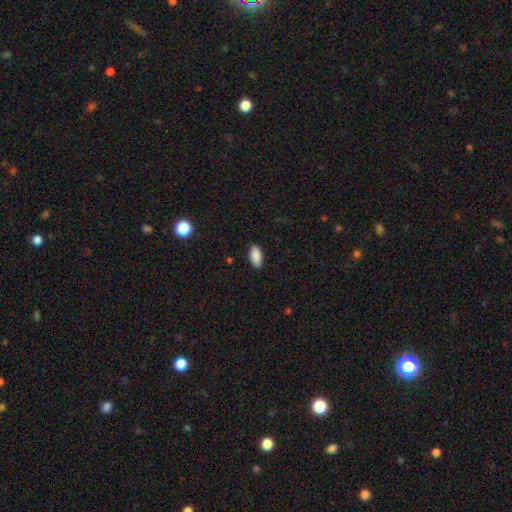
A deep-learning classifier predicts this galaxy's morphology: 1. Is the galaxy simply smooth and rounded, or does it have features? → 89% smooth, 7% star or artifact, 4% featured or disk.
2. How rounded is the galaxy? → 92% in between, 6% cigar-shaped, 2% round.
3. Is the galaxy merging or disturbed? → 89% none, 8% minor disturbance, 2% major disturbance, 1% merger.